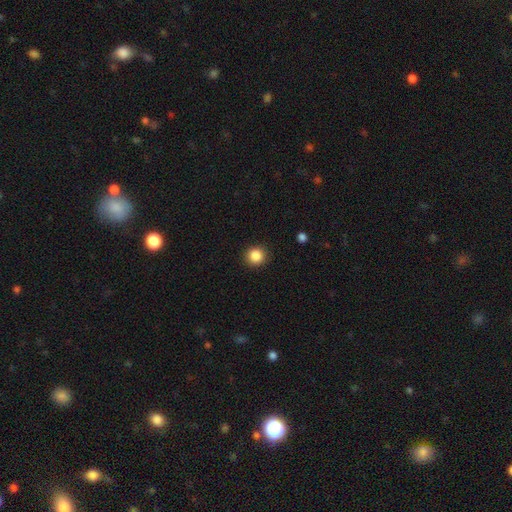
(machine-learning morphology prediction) smooth-or-featured: smooth: 87% | star or artifact: 10% | featured or disk: 3%
  how-rounded: round: 93% | in between: 6% | cigar-shaped: 1%
  merging: none: 91% | minor disturbance: 6% | major disturbance: 2% | merger: 1%